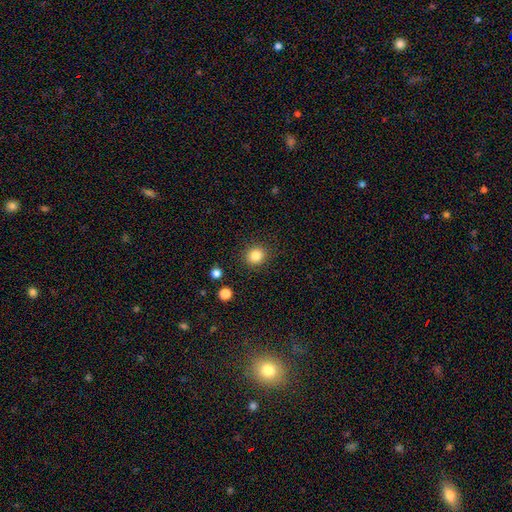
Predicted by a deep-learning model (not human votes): Smooth or featured? Predicted: smooth (p=0.84). How rounded? Predicted: round (p=0.85). Merging? Predicted: none (p=0.89).